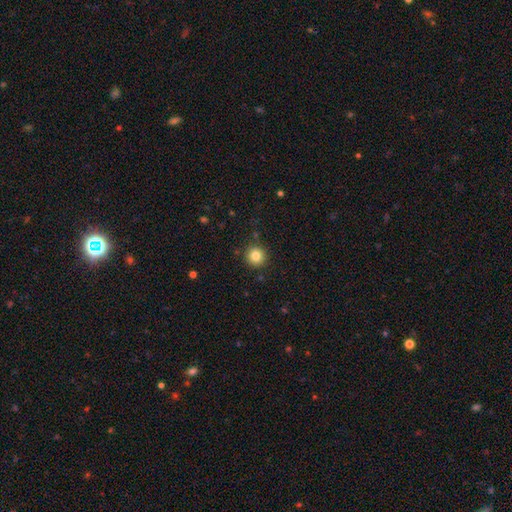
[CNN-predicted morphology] A smooth galaxy with no disk features (82%) that is round (94%).

Vote fractions:
- Smooth or featured? smooth: 82% / star or artifact: 11% / featured or disk: 7%
- How rounded? round: 94% / in between: 5% / cigar-shaped: 1%
- Merging? none: 90% / minor disturbance: 6% / major disturbance: 2% / merger: 2%